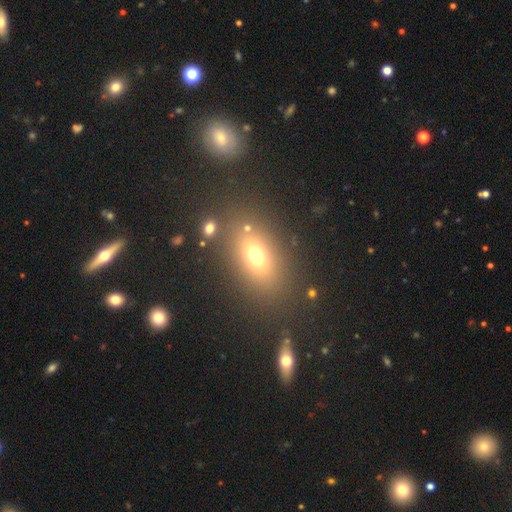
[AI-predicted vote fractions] Overall: smooth (69%). How rounded: in between (74%). Merging: none (80%).